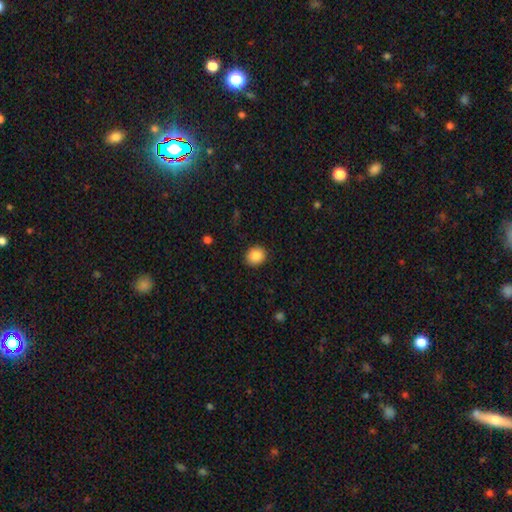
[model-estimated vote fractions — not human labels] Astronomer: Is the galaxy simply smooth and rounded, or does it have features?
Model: smooth — 88%.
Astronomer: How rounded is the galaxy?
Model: round — 71%.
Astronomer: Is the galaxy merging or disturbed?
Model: none — 89%.